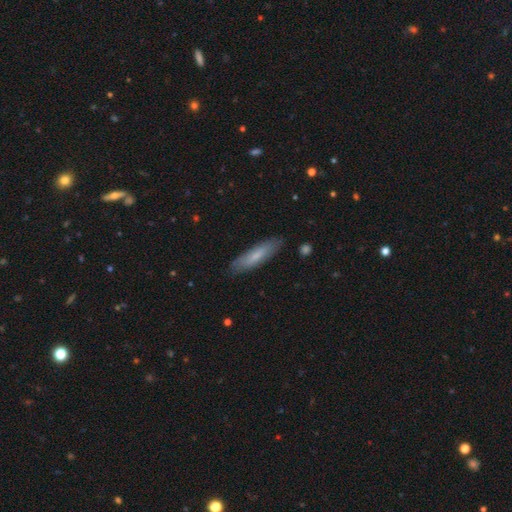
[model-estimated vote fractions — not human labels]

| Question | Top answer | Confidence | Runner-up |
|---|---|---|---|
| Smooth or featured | smooth | 68% | featured or disk (26%) |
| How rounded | cigar-shaped | 71% | in between (28%) |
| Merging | none | 84% | minor disturbance (12%) |